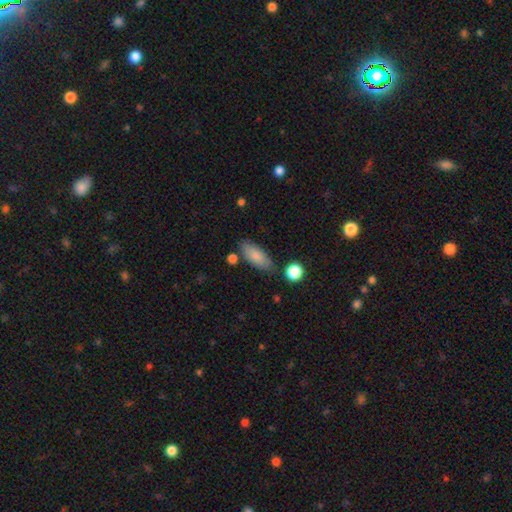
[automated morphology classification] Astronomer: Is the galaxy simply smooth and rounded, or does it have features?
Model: smooth — 84%.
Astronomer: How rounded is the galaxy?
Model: in between — 79%.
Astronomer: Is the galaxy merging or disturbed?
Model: none — 77%.